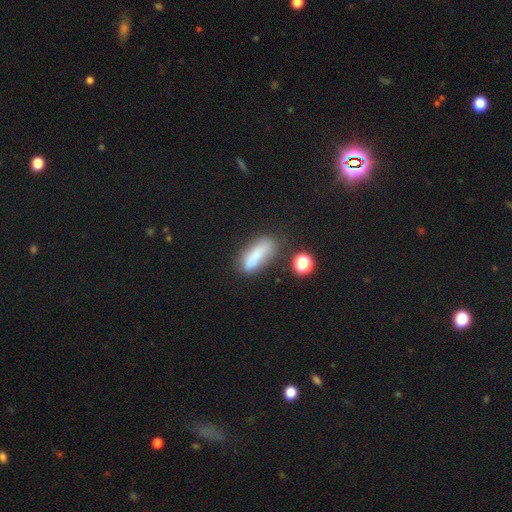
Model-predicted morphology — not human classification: Q: Smooth or featured?
A: smooth (74%); runner-up: featured or disk (16%)
Q: How rounded?
A: in between (58%); runner-up: cigar-shaped (38%)
Q: Merging?
A: none (56%); runner-up: minor disturbance (25%)